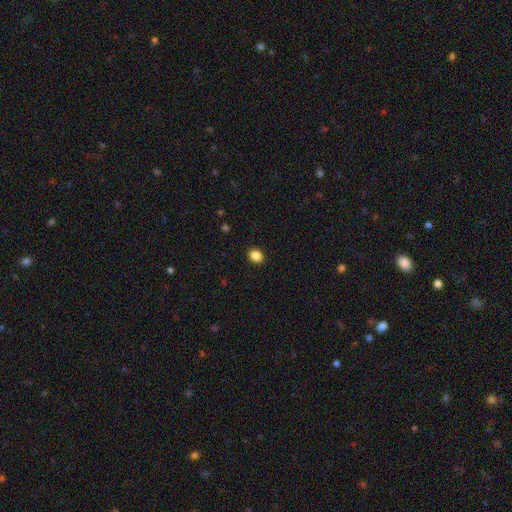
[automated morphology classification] Smooth or featured? Predicted: smooth (p=0.86). How rounded? Predicted: round (p=0.61). Merging? Predicted: none (p=0.91).